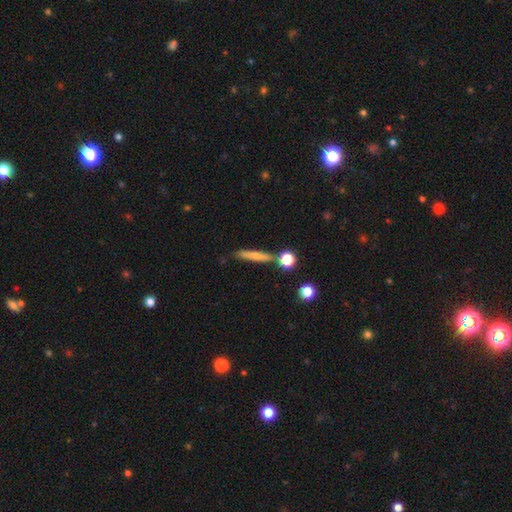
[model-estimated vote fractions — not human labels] smooth 65%, featured or disk 26%, star or artifact 10%. Down the decision tree: how rounded — cigar-shaped (86%); merging — none (74%).